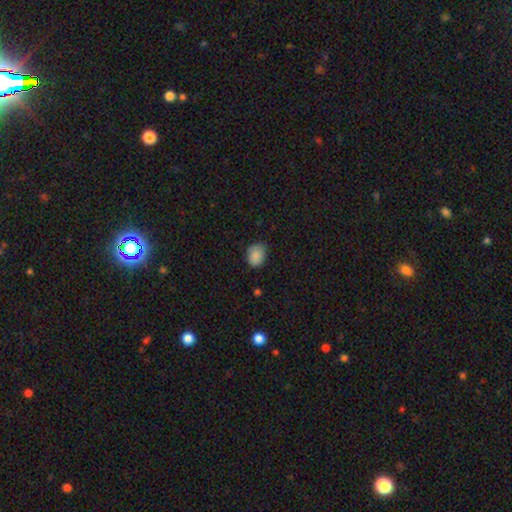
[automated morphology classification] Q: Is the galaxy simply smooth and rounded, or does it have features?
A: smooth — 87%.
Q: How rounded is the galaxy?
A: in between — 60%.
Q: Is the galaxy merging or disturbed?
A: none — 76%.